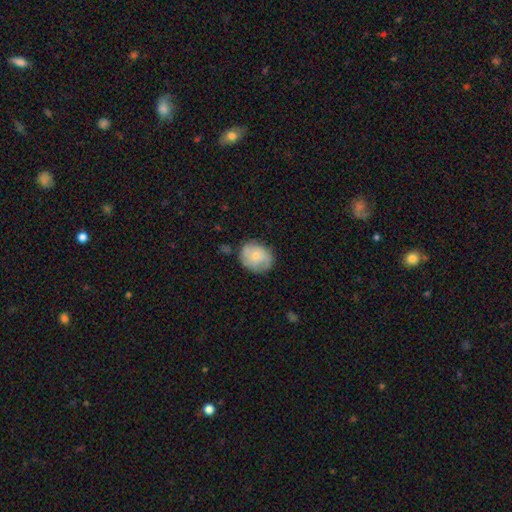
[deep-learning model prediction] The model was most divided on "how rounded": round: 59%, in between: 40%, cigar-shaped: 1%. More confident: merging — none (67%); smooth or featured — smooth (57%).